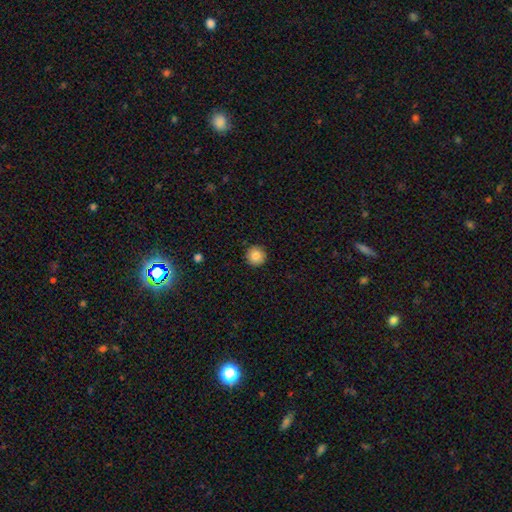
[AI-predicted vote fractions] Q: Smooth or featured?
A: smooth (84%); runner-up: star or artifact (9%)
Q: How rounded?
A: round (95%); runner-up: in between (4%)
Q: Merging?
A: none (91%); runner-up: minor disturbance (6%)